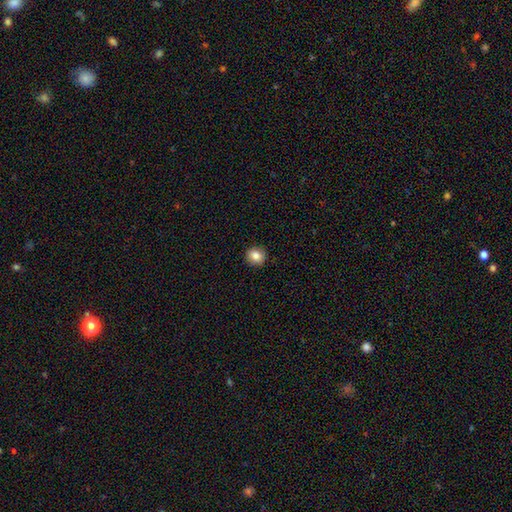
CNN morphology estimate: smooth 84%, star or artifact 9%, featured or disk 7%. Down the decision tree: how rounded — round (91%); merging — none (92%).